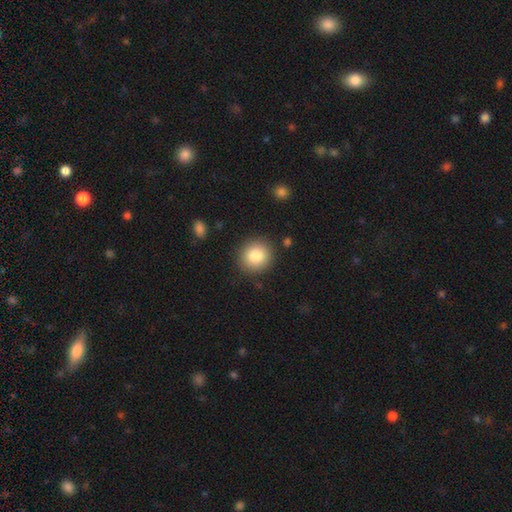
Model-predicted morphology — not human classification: Overall: smooth (82%). How rounded: round (90%). Merging: none (89%).